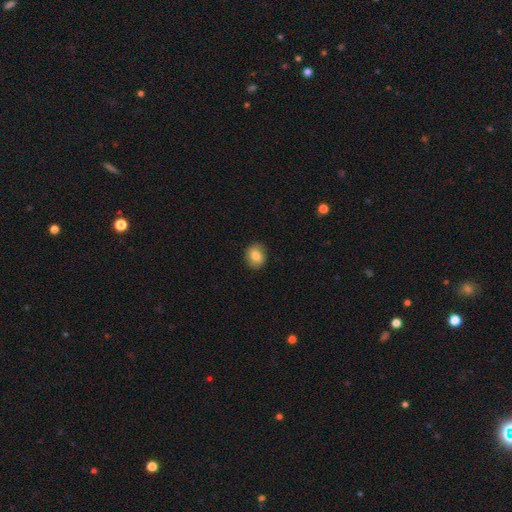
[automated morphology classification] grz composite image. It shows a smooth galaxy with no disk features (81%) that is round (65%). Merging: none (88%).